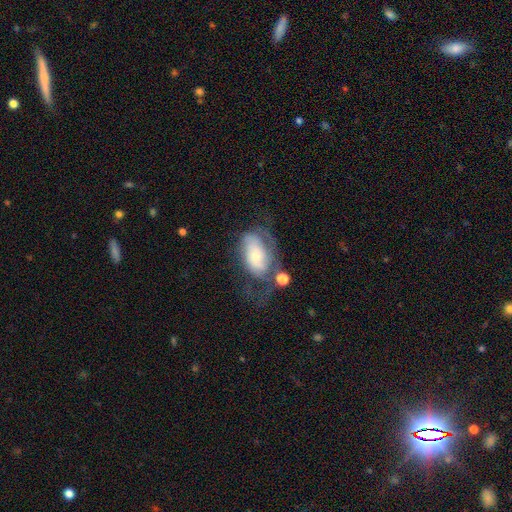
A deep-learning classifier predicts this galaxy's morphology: smooth_or_featured: featured or disk (p=0.59) [alt: smooth p=0.33]
disk_edge_on: no (p=0.95) [alt: yes p=0.05]
bar: no (p=0.67) [alt: weak p=0.26]
has_spiral_arms: yes (p=0.76) [alt: no p=0.24]
bulge_size: small (p=0.58) [alt: moderate p=0.27]
merging: none (p=0.34) [alt: major disturbance p=0.33]